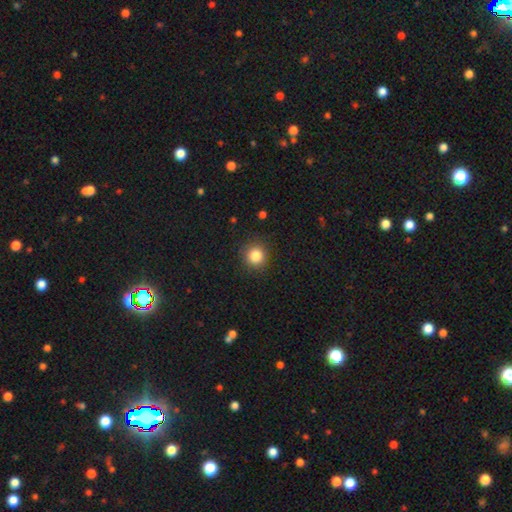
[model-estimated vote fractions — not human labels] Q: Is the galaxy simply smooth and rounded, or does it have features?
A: smooth — 84%.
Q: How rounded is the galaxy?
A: round — 92%.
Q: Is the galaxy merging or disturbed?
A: none — 90%.